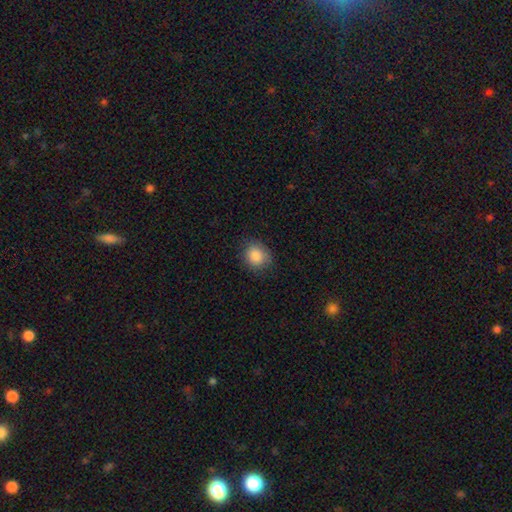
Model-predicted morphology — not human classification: smooth_or_featured: smooth (p=0.87) [alt: star or artifact p=0.09]
how_rounded: round (p=0.69) [alt: in between p=0.30]
merging: none (p=0.83) [alt: minor disturbance p=0.13]